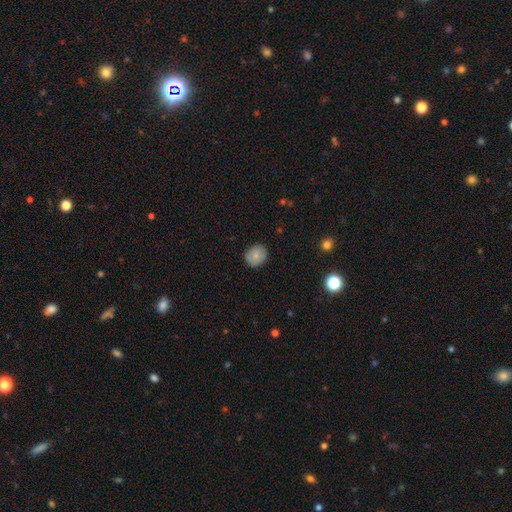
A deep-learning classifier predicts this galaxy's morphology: Smooth or featured? smooth (76%)
How rounded? round (74%)
Merging? none (84%)